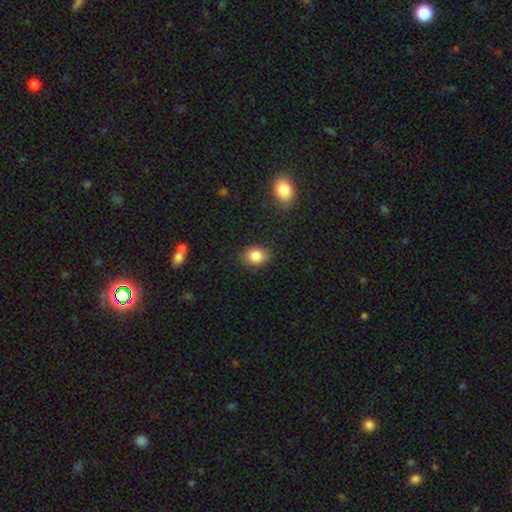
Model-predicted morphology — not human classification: The model was most divided on "how rounded": in between: 54%, round: 45%, cigar-shaped: 1%. More confident: smooth or featured — smooth (85%); merging — none (83%).